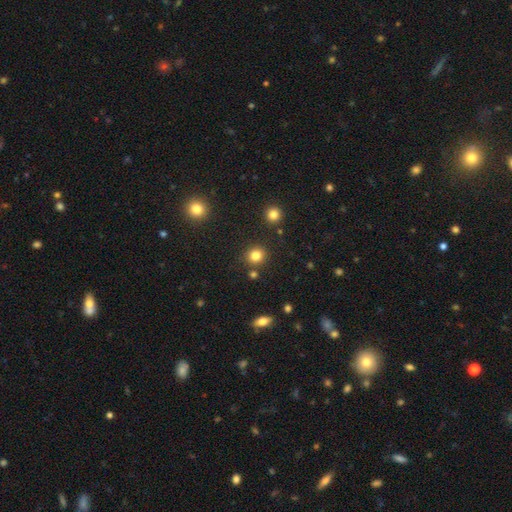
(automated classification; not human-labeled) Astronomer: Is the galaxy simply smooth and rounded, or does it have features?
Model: smooth — 82%.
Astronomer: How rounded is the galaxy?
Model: round — 84%.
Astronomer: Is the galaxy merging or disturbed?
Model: none — 86%.